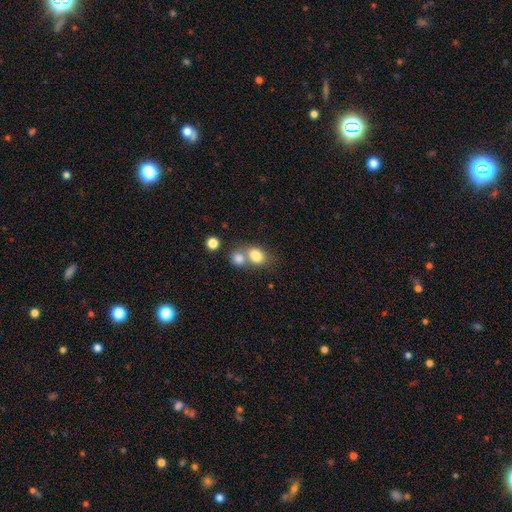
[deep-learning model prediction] Smooth or featured?
  - smooth: 81% *
  - star or artifact: 10%
  - featured or disk: 10%
How rounded?
  - in between: 51% *
  - round: 48%
  - cigar-shaped: 1%
Merging?
  - merger: 47% *
  - none: 40%
  - minor disturbance: 9%
  - major disturbance: 4%